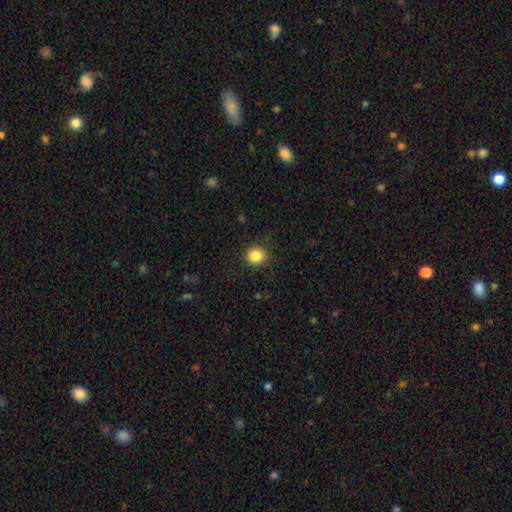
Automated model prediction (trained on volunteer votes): Morphology: type=smooth (85%); roundness=round (91%); merging=none (89%).